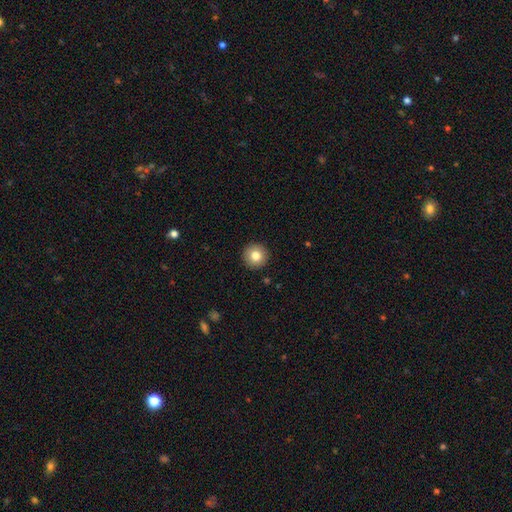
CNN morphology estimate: The model was most divided on "smooth or featured": smooth: 81%, featured or disk: 10%, star or artifact: 9%. More confident: how rounded — round (96%); merging — none (92%).